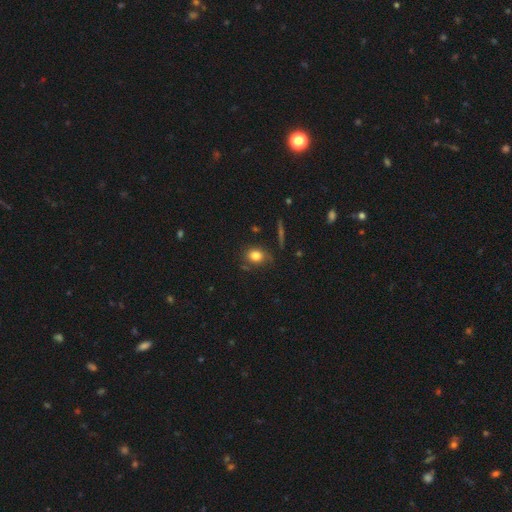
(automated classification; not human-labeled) This is likely a smooth galaxy (79%). How rounded: possibly round (53%). Merging: likely none (73%).